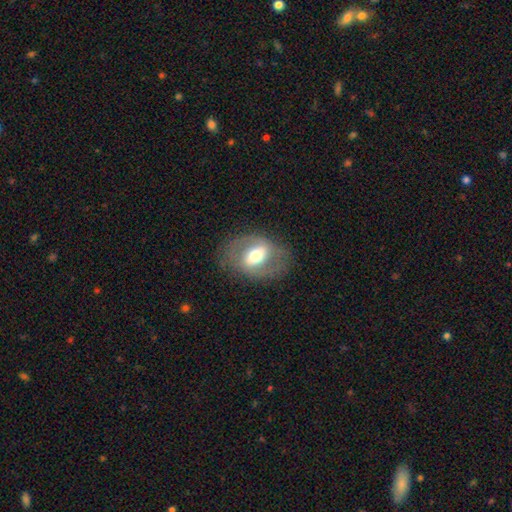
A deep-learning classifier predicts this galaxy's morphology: featured or disk 60%, smooth 33%, star or artifact 7%. Down the decision tree: edge-on disk — no (92%); bar — strong (42%); spiral arms — no (53%); bulge size — moderate (63%); merging — none (75%).